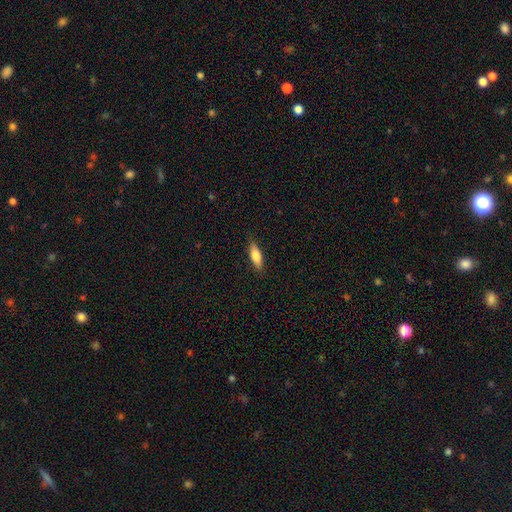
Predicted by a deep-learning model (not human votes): Overall: smooth (73%). How rounded: in between (56%; cigar-shaped 41%). Merging: none (84%).